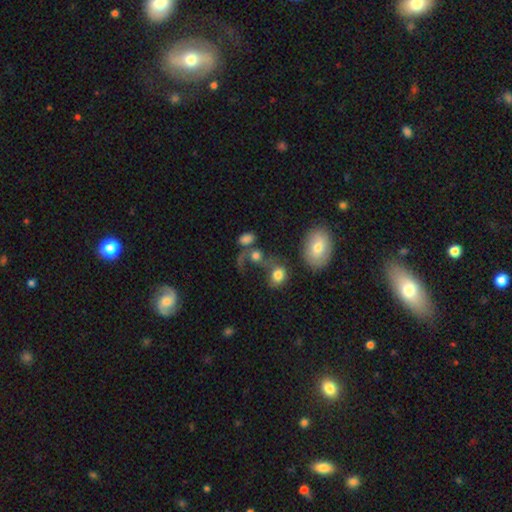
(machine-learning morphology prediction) Q: Smooth or featured?
A: smooth (62%); runner-up: featured or disk (24%)
Q: How rounded?
A: round (49%); tied with: in between (49%)
Q: Merging?
A: merger (37%); runner-up: none (26%)